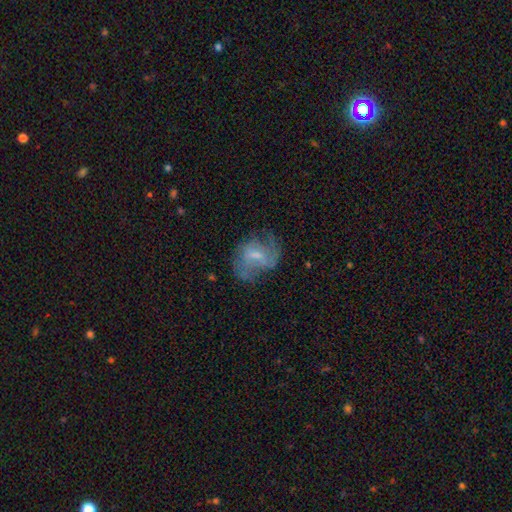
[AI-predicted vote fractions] A featured or disk galaxy (60%) with a weak bar (54%), spiral arms (68%) and a small central bulge (45%).

Vote fractions:
- Smooth or featured? featured or disk: 60% / smooth: 31% / star or artifact: 9%
- Edge-on disk? no: 97% / yes: 3%
- Bar? weak: 54% / no: 28% / strong: 18%
- Spiral arms? yes: 68% / no: 32%
- Bulge size? small: 45% / moderate: 31% / none: 19% / large: 3% / dominant: 1%
- Merging? none: 48% / minor disturbance: 25% / major disturbance: 25% / merger: 2%